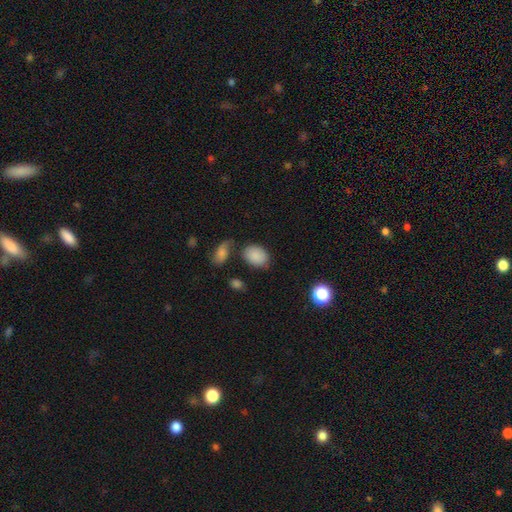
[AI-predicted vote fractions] smooth_or_featured: smooth (p=0.85) [alt: star or artifact p=0.08]
how_rounded: in between (p=0.75) [alt: round p=0.24]
merging: none (p=0.67) [alt: minor disturbance p=0.19]